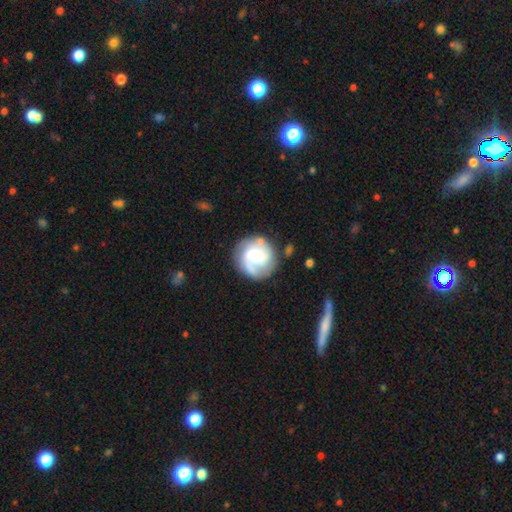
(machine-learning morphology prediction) A featured or disk galaxy (64%) with no bar (53%), 2 (53%) medium (41%) spiral arms (88%) and a moderate central bulge (42%). Merging: none (71%).